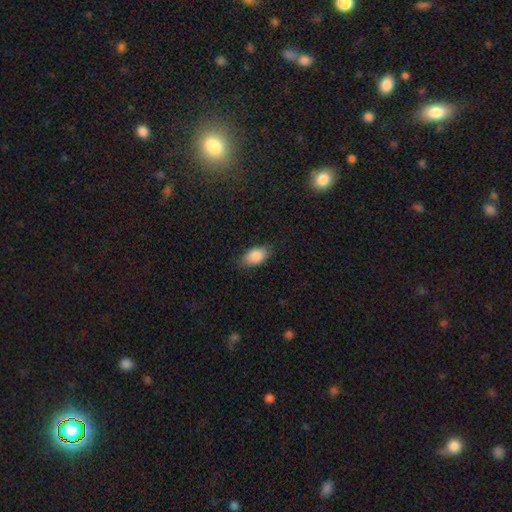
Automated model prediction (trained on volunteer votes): The model was most divided on "merging": none: 78%, minor disturbance: 17%, major disturbance: 4%, merger: 1%. More confident: how rounded — in between (91%); smooth or featured — smooth (88%).